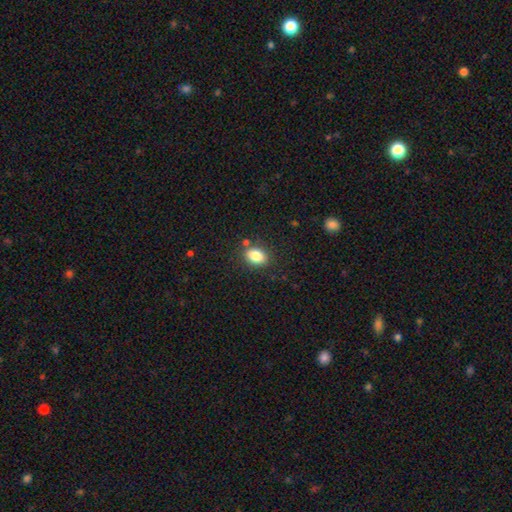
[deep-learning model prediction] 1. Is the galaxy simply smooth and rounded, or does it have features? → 84% smooth, 9% star or artifact, 7% featured or disk.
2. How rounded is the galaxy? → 75% in between, 24% round, 1% cigar-shaped.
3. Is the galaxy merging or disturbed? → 82% none, 11% minor disturbance, 4% merger, 3% major disturbance.